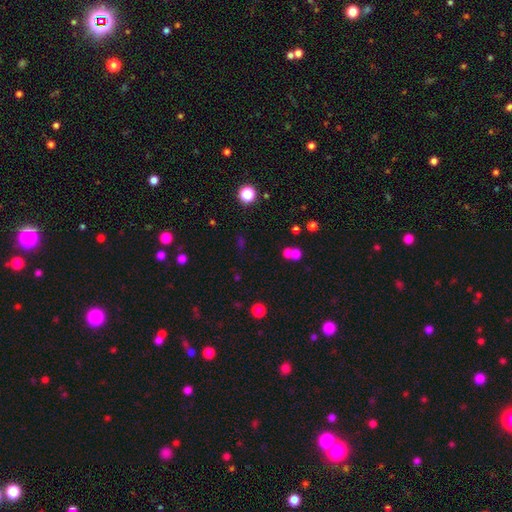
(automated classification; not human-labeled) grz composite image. It shows a smooth galaxy with no disk features (55%) that is round (72%). Merging: none (55%).